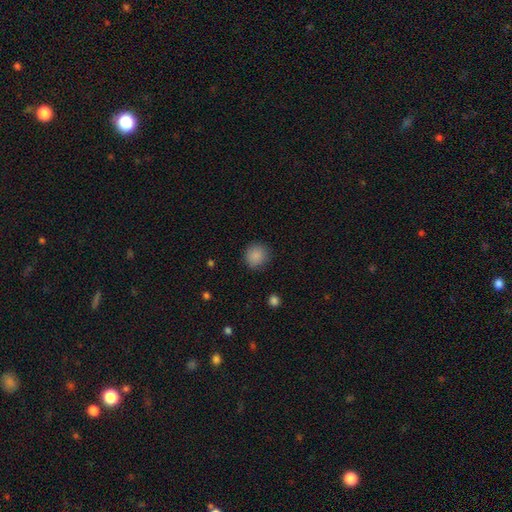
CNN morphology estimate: Smooth or featured? smooth (87%)
How rounded? round (92%)
Merging? none (89%)